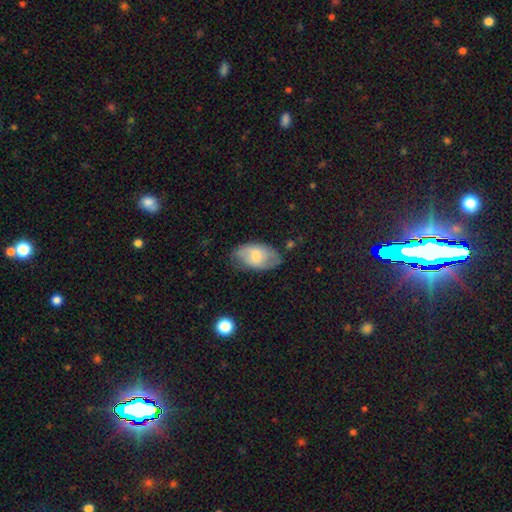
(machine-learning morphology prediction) smooth 58%, featured or disk 36%, star or artifact 6%. Down the decision tree: how rounded — in between (93%); merging — none (65%).